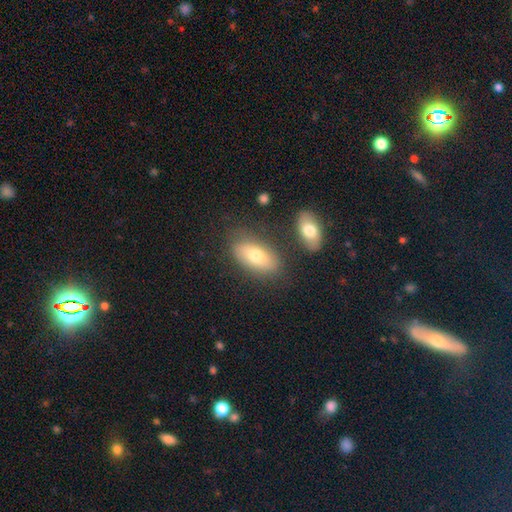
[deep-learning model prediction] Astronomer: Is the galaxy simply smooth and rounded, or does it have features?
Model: smooth — 70%.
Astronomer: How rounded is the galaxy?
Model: in between — 88%.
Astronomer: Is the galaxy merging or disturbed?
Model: none — 75%.